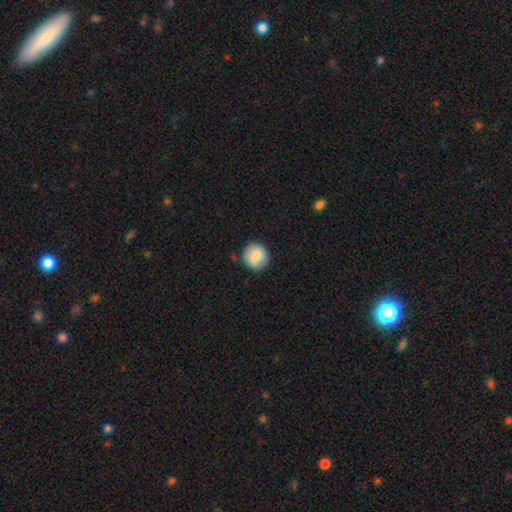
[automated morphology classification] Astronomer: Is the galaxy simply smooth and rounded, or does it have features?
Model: smooth — 82%.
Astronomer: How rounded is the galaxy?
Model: round — 89%.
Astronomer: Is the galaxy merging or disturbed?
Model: none — 84%.